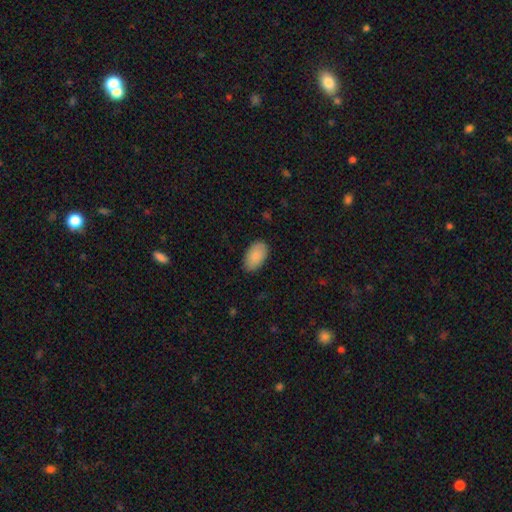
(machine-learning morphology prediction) Smooth or featured: smooth — 88% (star or artifact — 6%)
How rounded: in between — 94% (round — 4%)
Merging: none — 86% (minor disturbance — 11%)